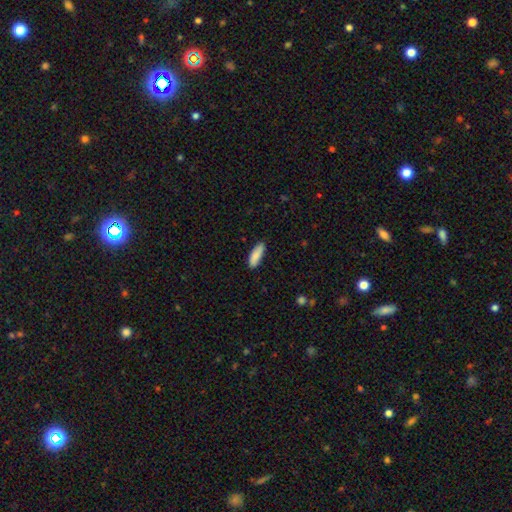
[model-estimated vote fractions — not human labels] A smooth galaxy with no disk features (87%) that is in between round and cigar-shaped (58%). Merging: none (83%).